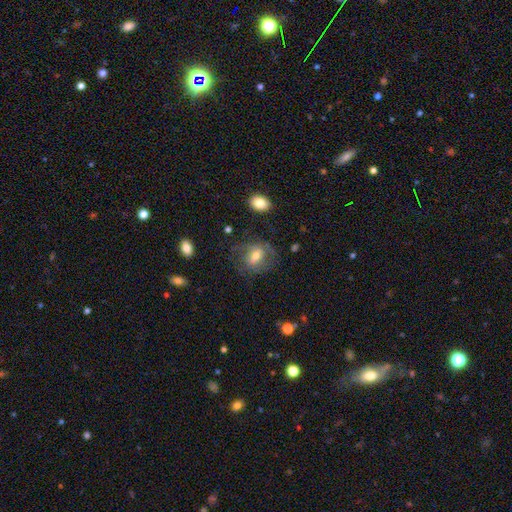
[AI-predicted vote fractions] Smooth or featured? Predicted: featured or disk (p=0.48). Merging? Predicted: none (p=0.58).